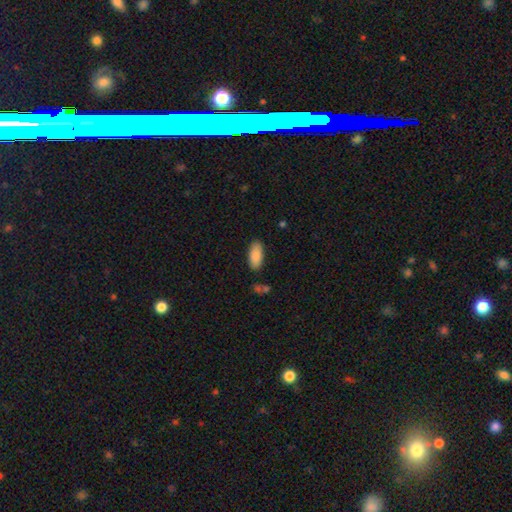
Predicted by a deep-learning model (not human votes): Smooth or featured?
  - smooth: 88% *
  - star or artifact: 7%
  - featured or disk: 6%
How rounded?
  - in between: 88% *
  - cigar-shaped: 10%
  - round: 2%
Merging?
  - none: 83% *
  - minor disturbance: 12%
  - major disturbance: 3%
  - merger: 3%